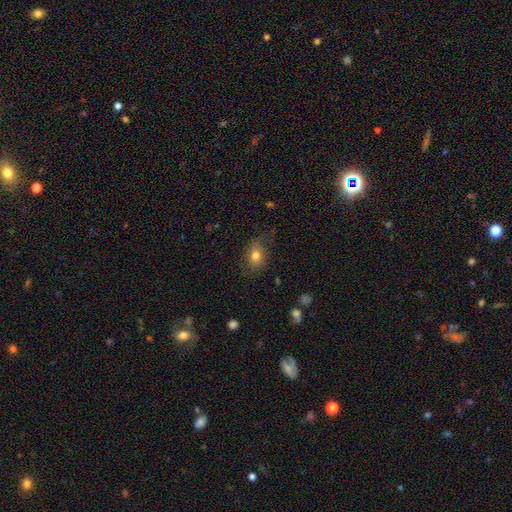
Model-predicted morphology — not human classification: A smooth galaxy with no disk features (76%) that is in between round and cigar-shaped (64%). Merging: none (71%).